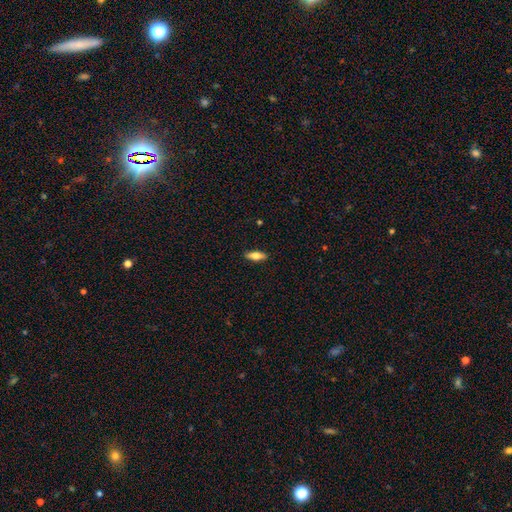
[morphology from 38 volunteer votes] Q: Smooth or featured?
A: smooth (66%); runner-up: featured or disk (26%)
Q: How rounded?
A: in between (84%); runner-up: round (8%)
Q: Merging?
A: none (97%); runner-up: merger (3%)